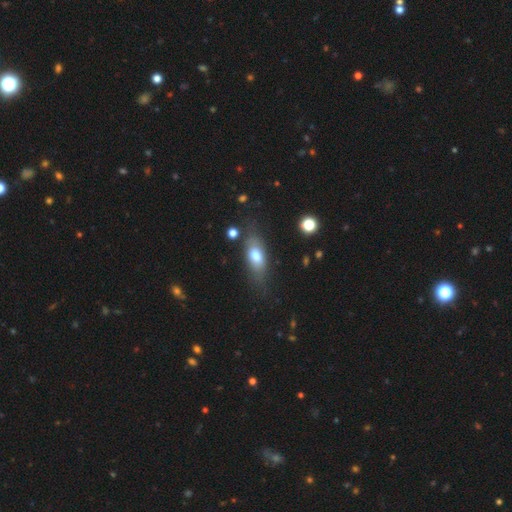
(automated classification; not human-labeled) smooth-or-featured: smooth: 70% | featured or disk: 22% | star or artifact: 8%
  how-rounded: in between: 77% | cigar-shaped: 19% | round: 5%
  merging: none: 71% | minor disturbance: 19% | major disturbance: 8% | merger: 3%